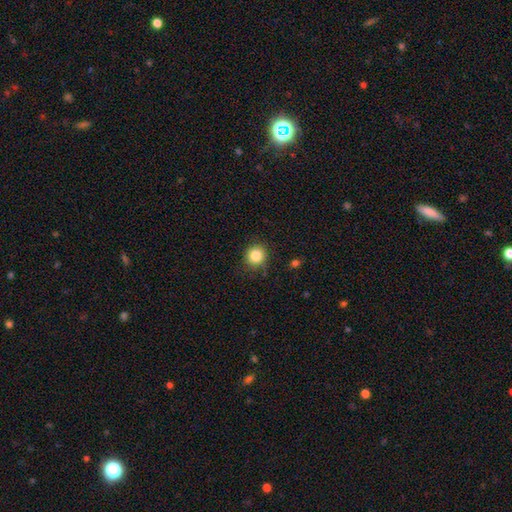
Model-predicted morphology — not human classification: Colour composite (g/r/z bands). It shows a smooth galaxy with no disk features (84%) that is round (87%). Merging: none (84%).